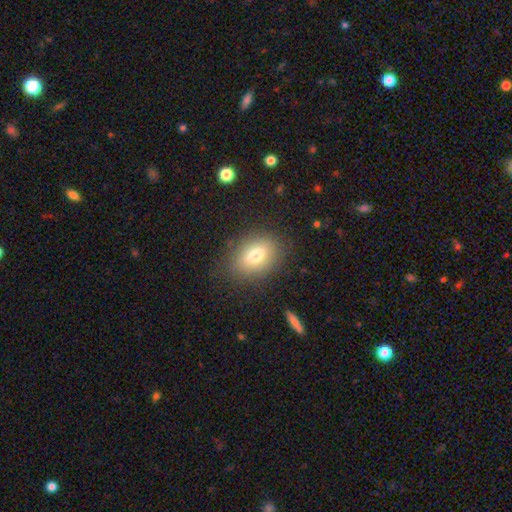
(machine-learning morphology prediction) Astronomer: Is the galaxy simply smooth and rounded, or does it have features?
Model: smooth — 75%.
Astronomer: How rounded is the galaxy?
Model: in between — 78%.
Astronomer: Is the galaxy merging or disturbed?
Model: none — 83%.